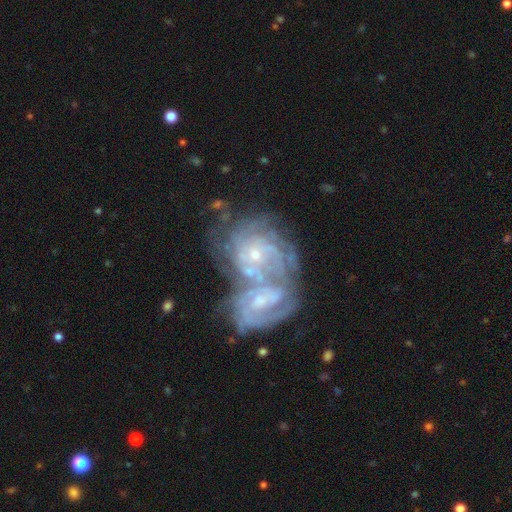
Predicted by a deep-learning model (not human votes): smooth_or_featured: featured or disk (p=0.83) [alt: smooth p=0.10]
disk_edge_on: no (p=0.97) [alt: yes p=0.03]
bar: no (p=0.70) [alt: weak p=0.24]
has_spiral_arms: yes (p=0.91) [alt: no p=0.09]
spiral_winding: tight (p=0.66) [alt: medium p=0.27]
spiral_arm_count: can't tell (p=0.44) [alt: 3 p=0.16]
bulge_size: small (p=0.72) [alt: moderate p=0.21]
merging: merger (p=0.74) [alt: none p=0.14]